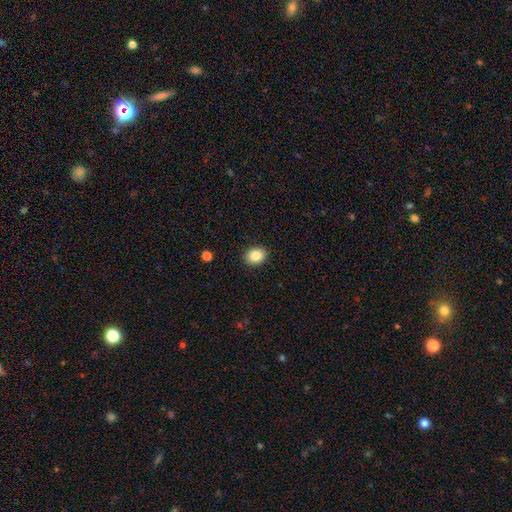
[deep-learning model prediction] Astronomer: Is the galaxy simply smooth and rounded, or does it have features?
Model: smooth — 85%.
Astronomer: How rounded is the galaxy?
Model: round — 55% (runner-up: in between, 45%).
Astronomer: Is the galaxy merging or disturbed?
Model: none — 90%.